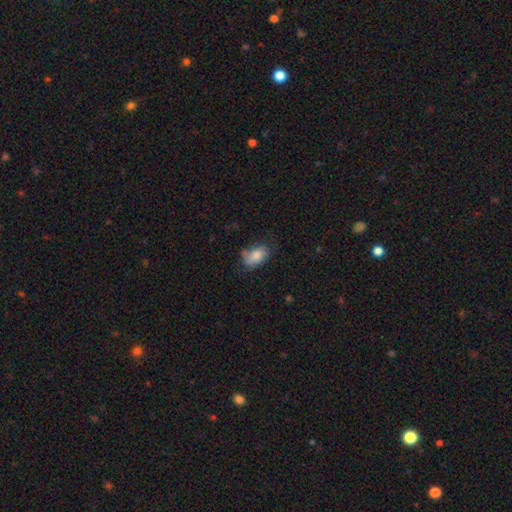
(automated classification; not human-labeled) smooth_or_featured: smooth (p=0.82) [alt: featured or disk p=0.11]
how_rounded: in between (p=0.90) [alt: round p=0.09]
merging: none (p=0.59) [alt: minor disturbance p=0.28]